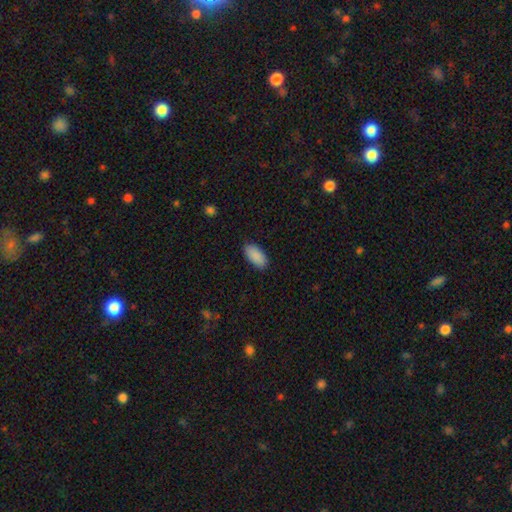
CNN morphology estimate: type=smooth (91%); roundness=in between (94%); merging=none (88%).